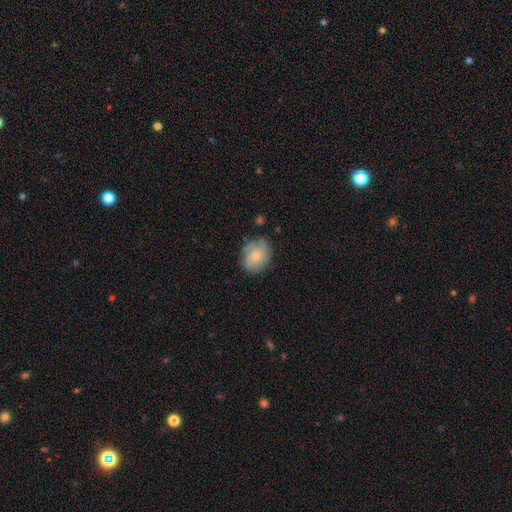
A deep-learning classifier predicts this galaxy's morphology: This is possibly a smooth galaxy (50%). How rounded: possibly round (55%). Merging: likely none (72%).